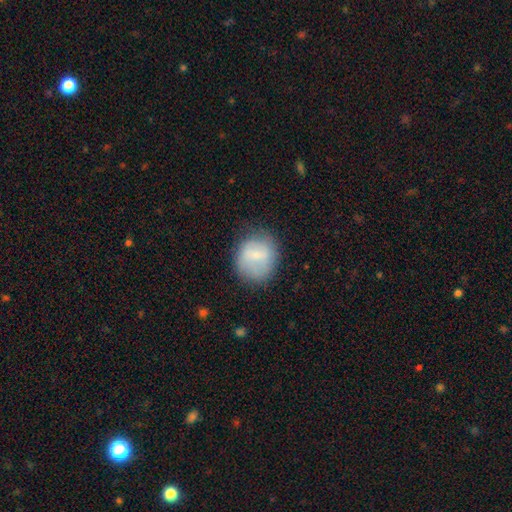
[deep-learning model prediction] smooth 66%, featured or disk 27%, star or artifact 8%. Down the decision tree: how rounded — round (75%); merging — none (69%).